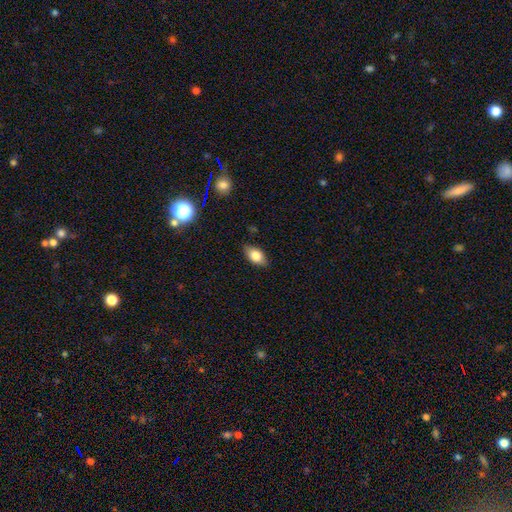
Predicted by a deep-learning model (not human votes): The model was most divided on "smooth or featured": smooth: 79%, featured or disk: 12%, star or artifact: 8%. More confident: how rounded — in between (89%); merging — none (85%).